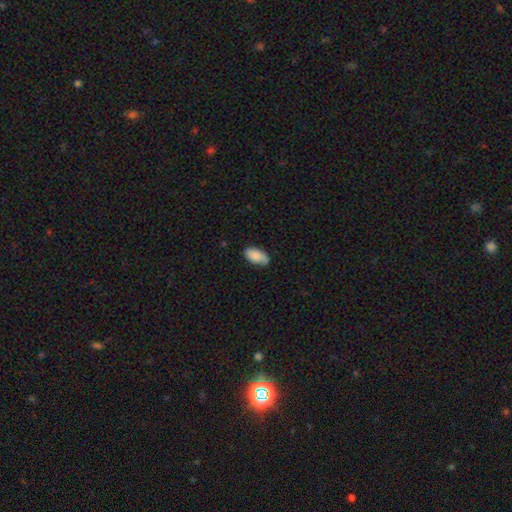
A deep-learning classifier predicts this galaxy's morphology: This appears to be a smooth galaxy with no disk features (86%) that is in between round and cigar-shaped (95%). Merging: none (73%).